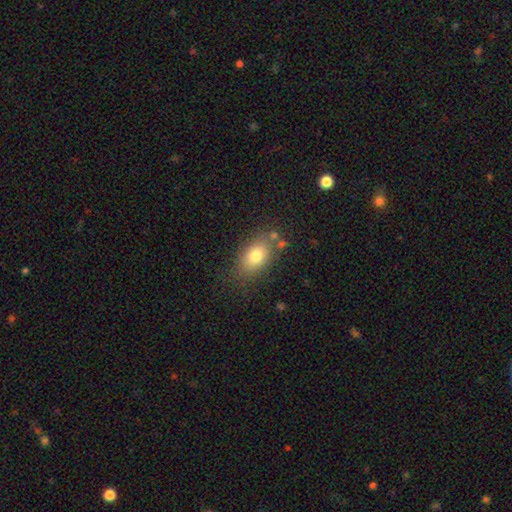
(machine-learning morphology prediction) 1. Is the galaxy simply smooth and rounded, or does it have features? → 78% smooth, 13% featured or disk, 9% star or artifact.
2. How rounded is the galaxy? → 84% in between, 13% round, 3% cigar-shaped.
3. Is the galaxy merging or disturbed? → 74% none, 15% minor disturbance, 6% merger, 5% major disturbance.